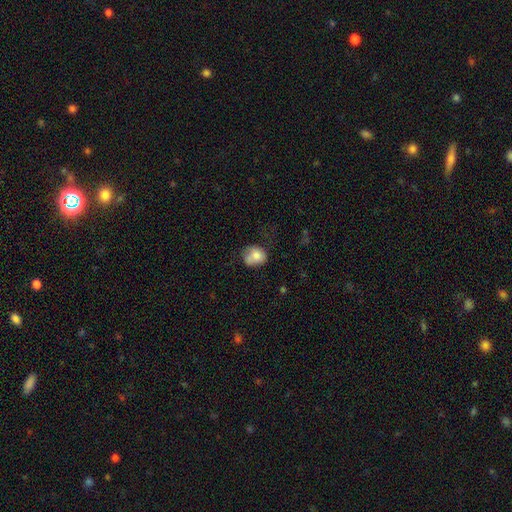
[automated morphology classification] smooth 75%, featured or disk 16%, star or artifact 9%. Down the decision tree: how rounded — round (53%); merging — none (37%).